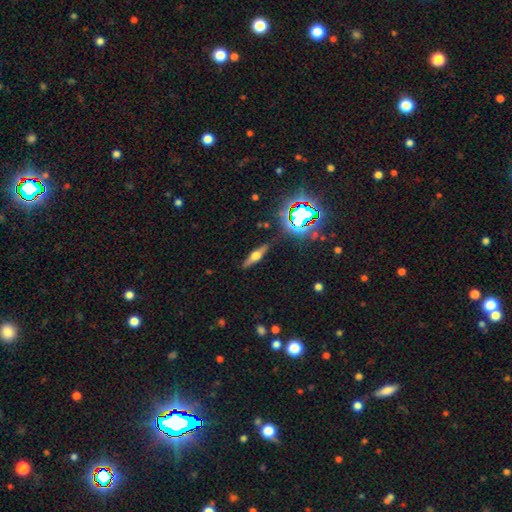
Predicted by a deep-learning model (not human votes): The model was most divided on "smooth or featured": featured or disk: 59%, smooth: 28%, star or artifact: 13%. More confident: edge-on disk — yes (94%); edge-on bulge — rounded (92%); merging — none (87%).